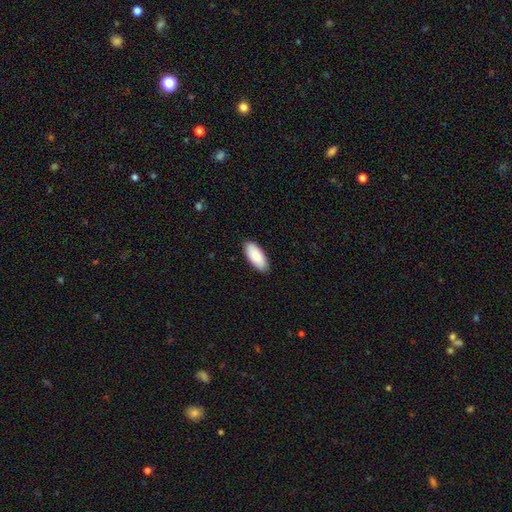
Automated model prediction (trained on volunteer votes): A smooth galaxy with no disk features (89%) that is in between round and cigar-shaped (87%). Merging: none (89%).